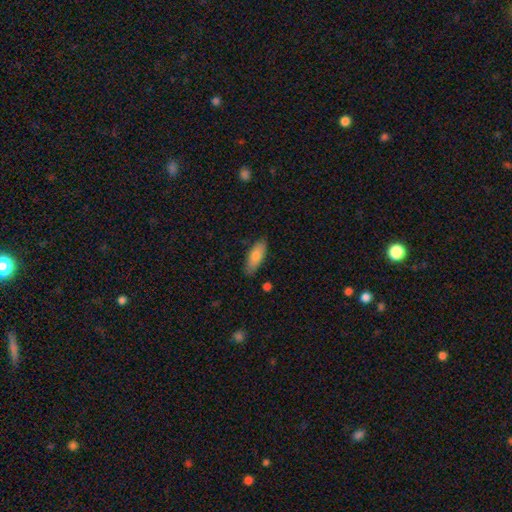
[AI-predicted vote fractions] A smooth galaxy with no disk features (79%) that is in between round and cigar-shaped (71%). Merging: none (81%).